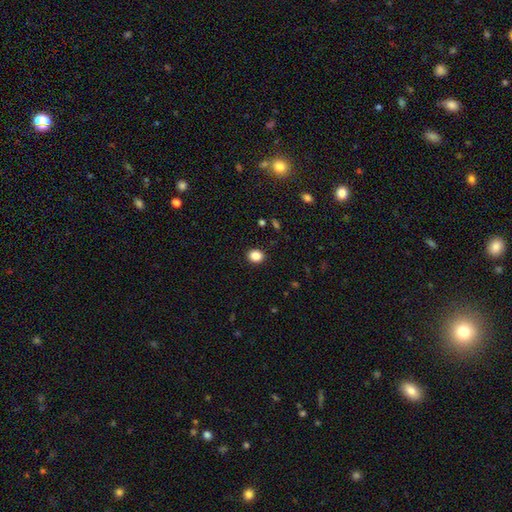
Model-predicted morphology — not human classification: Smooth or featured: smooth — 86% (star or artifact — 10%)
How rounded: round — 63% (in between — 36%)
Merging: none — 91% (minor disturbance — 6%)